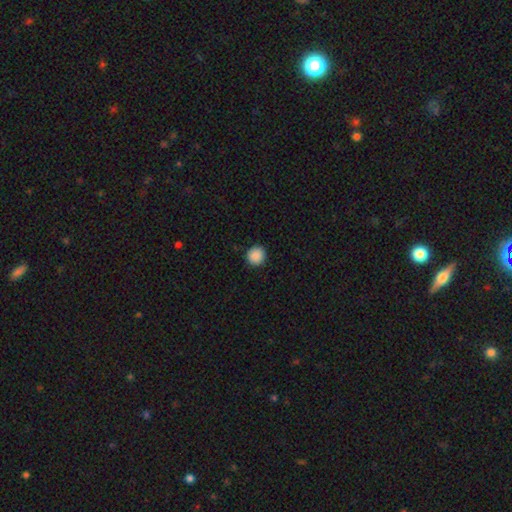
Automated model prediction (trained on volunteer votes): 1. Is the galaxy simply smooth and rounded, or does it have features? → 89% smooth, 9% star or artifact, 2% featured or disk.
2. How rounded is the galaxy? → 93% round, 6% in between, 1% cigar-shaped.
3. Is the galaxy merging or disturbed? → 92% none, 6% minor disturbance, 2% major disturbance, 1% merger.